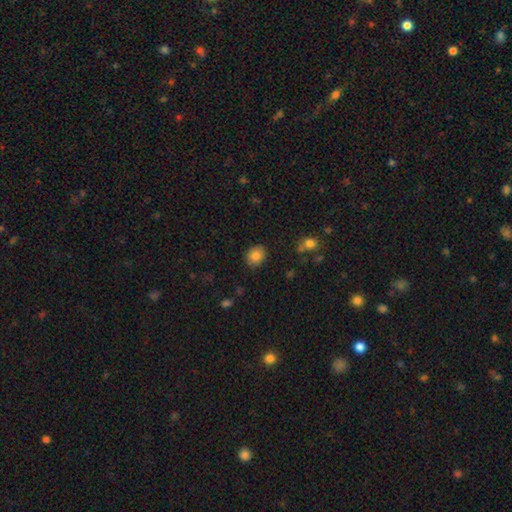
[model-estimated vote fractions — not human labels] Q: Smooth or featured?
A: smooth (85%); runner-up: star or artifact (9%)
Q: How rounded?
A: round (63%); runner-up: in between (36%)
Q: Merging?
A: none (87%); runner-up: minor disturbance (9%)